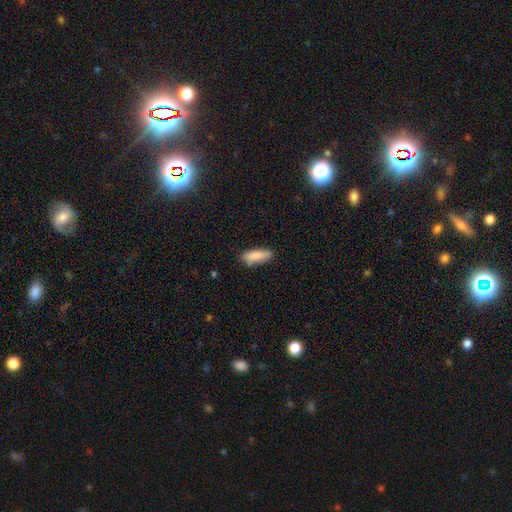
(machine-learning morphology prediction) This is clearly a smooth galaxy (86%). How rounded: possibly in between (60%). Merging: likely none (75%).